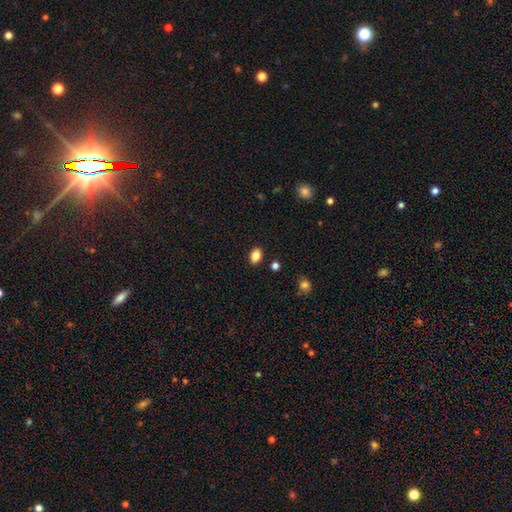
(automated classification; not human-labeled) A smooth galaxy with no disk features (85%) that is in between round and cigar-shaped (80%).

Vote fractions:
- Smooth or featured? smooth: 85% / star or artifact: 9% / featured or disk: 6%
- How rounded? in between: 80% / round: 19% / cigar-shaped: 1%
- Merging? none: 87% / minor disturbance: 9% / major disturbance: 2% / merger: 2%